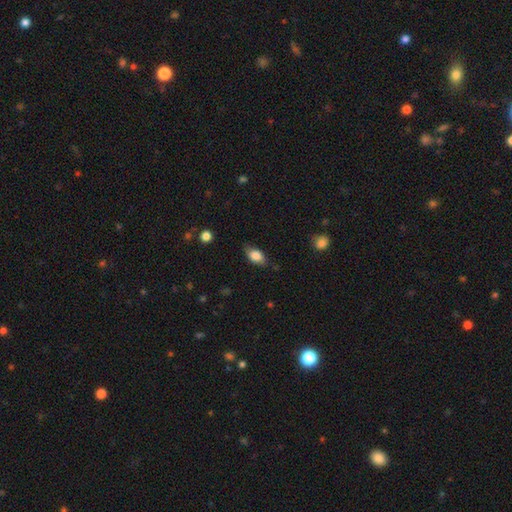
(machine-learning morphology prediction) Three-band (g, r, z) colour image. It shows a smooth galaxy with no disk features (81%) that is in between round and cigar-shaped (87%). Merging: none (76%).